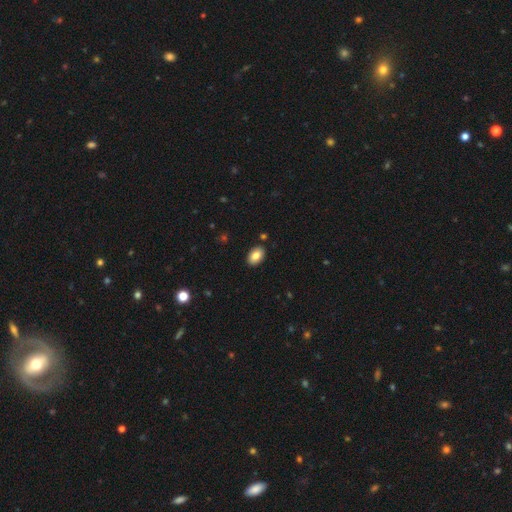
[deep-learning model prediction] smooth-or-featured: smooth: 84% | featured or disk: 8% | star or artifact: 7%
  how-rounded: in between: 90% | round: 9% | cigar-shaped: 1%
  merging: none: 89% | minor disturbance: 8% | major disturbance: 2% | merger: 2%